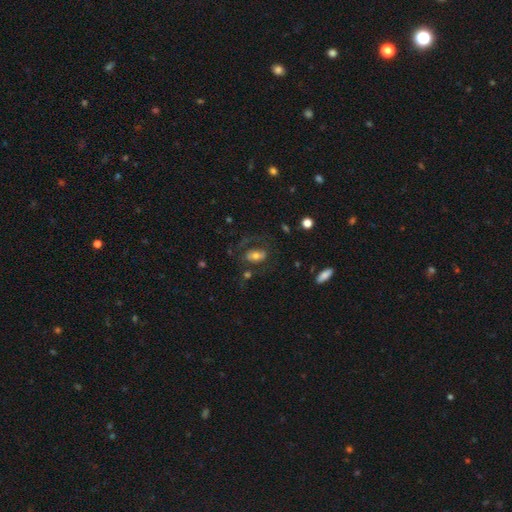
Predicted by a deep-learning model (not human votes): This is possibly a smooth galaxy (55%). How rounded: clearly in between (83%). Merging: possibly none (57%).